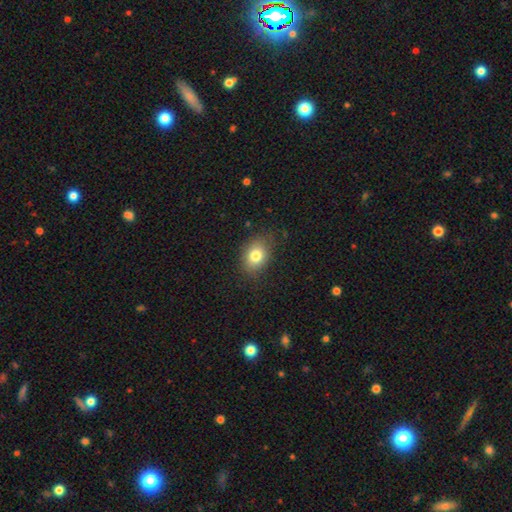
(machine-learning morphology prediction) Overall: smooth (80%). How rounded: in between (63%; round 36%). Merging: none (81%).